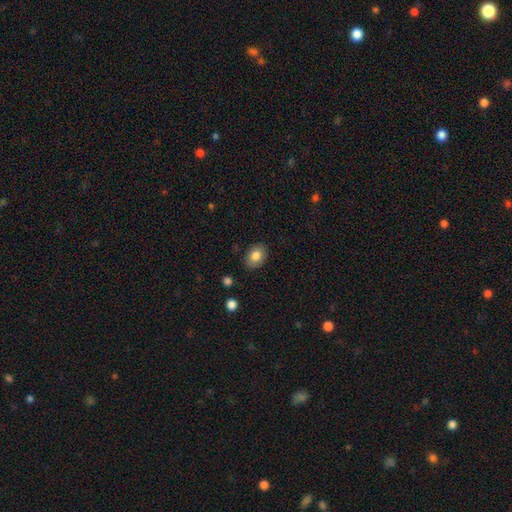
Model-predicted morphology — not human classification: Q: Smooth or featured?
A: smooth (83%); runner-up: featured or disk (9%)
Q: How rounded?
A: in between (70%); runner-up: round (30%)
Q: Merging?
A: none (84%); runner-up: minor disturbance (12%)